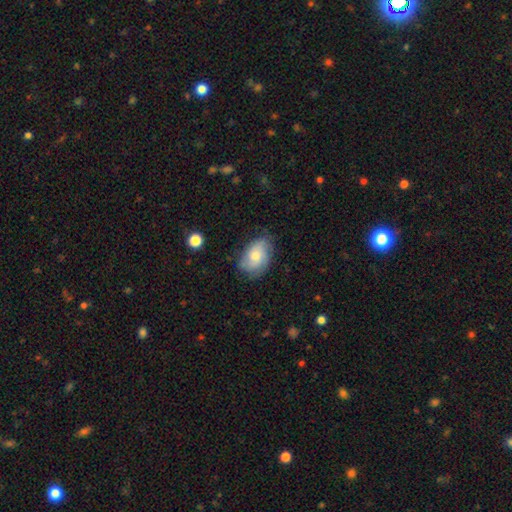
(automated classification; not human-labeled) Morphology: type=smooth (55%); roundness=in between (82%); merging=none (67%).